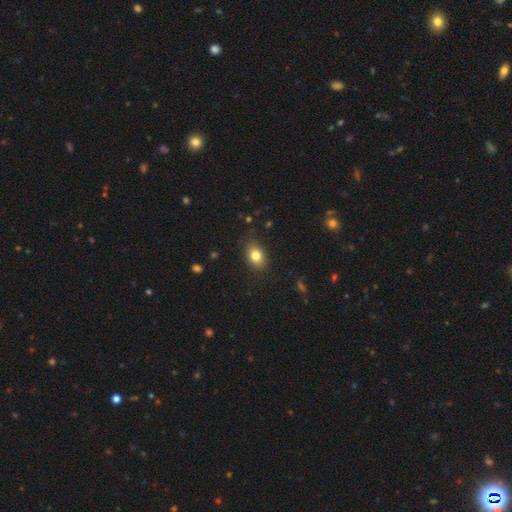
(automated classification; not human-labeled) Smooth or featured: smooth — 82% (star or artifact — 10%)
How rounded: in between — 73% (round — 26%)
Merging: none — 84% (minor disturbance — 12%)